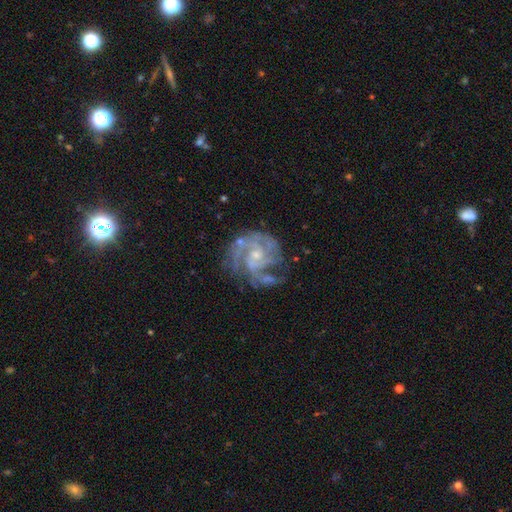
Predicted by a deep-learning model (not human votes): featured or disk 89%, star or artifact 6%, smooth 5%. Down the decision tree: edge-on disk — no (98%); bar — no (64%); spiral arms — yes (96%); spiral arm count — 3 (36%); spiral winding — tight (58%); bulge size — small (61%); merging — none (59%).